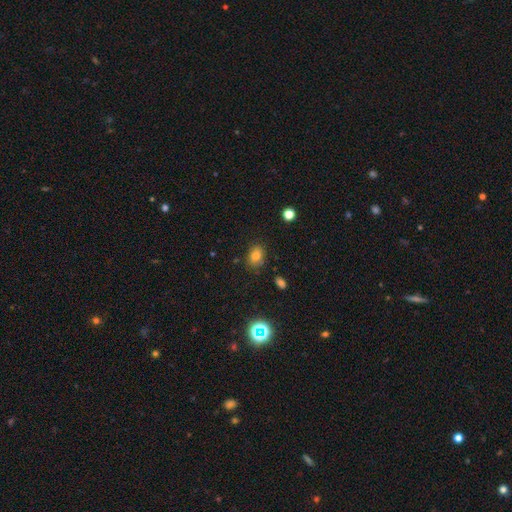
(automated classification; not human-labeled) smooth-or-featured: smooth: 77% | star or artifact: 15% | featured or disk: 7%
  how-rounded: in between: 74% | round: 24% | cigar-shaped: 1%
  merging: none: 77% | minor disturbance: 16% | major disturbance: 4% | merger: 3%